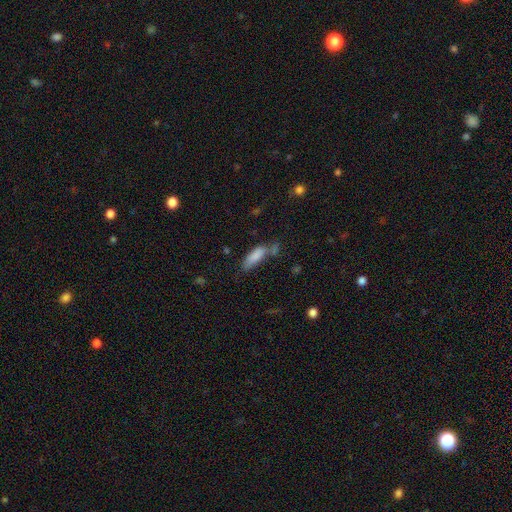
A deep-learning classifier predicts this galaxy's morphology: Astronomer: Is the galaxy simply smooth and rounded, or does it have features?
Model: smooth — 82%.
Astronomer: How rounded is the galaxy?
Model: in between — 55% (runner-up: cigar-shaped, 43%).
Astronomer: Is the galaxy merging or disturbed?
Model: none — 45% (runner-up: minor disturbance, 24%).